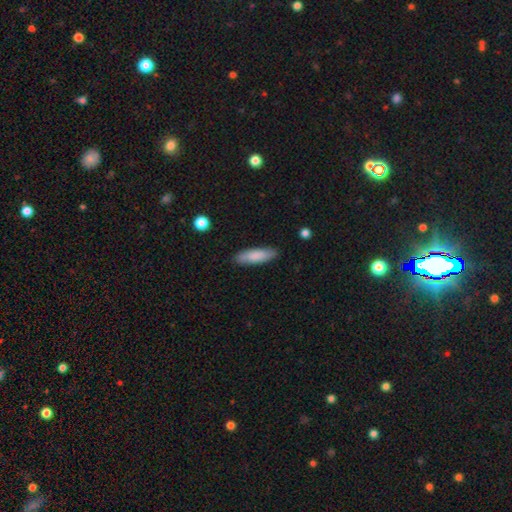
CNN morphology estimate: This appears to be a smooth galaxy with no disk features (85%) that is cigar-shaped (58%). Merging: none (88%).